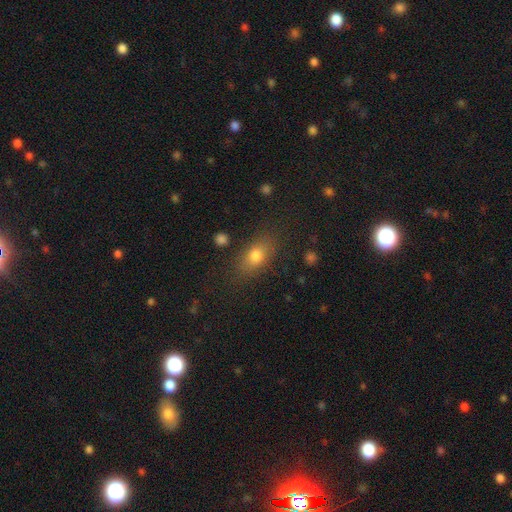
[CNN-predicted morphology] Smooth or featured? smooth (76%)
How rounded? in between (75%)
Merging? none (80%)